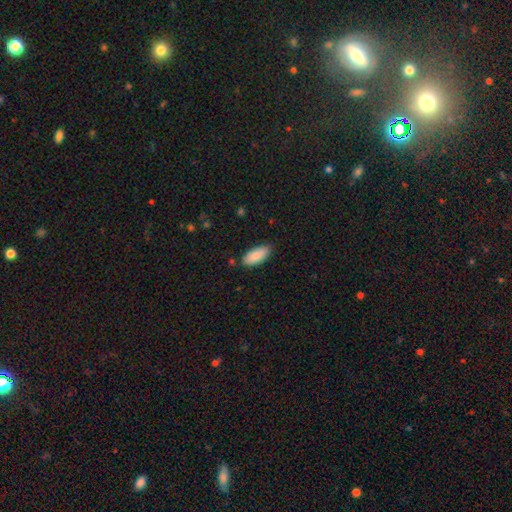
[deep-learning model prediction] This is clearly a smooth galaxy (89%). How rounded: clearly in between (87%). Merging: clearly none (85%).